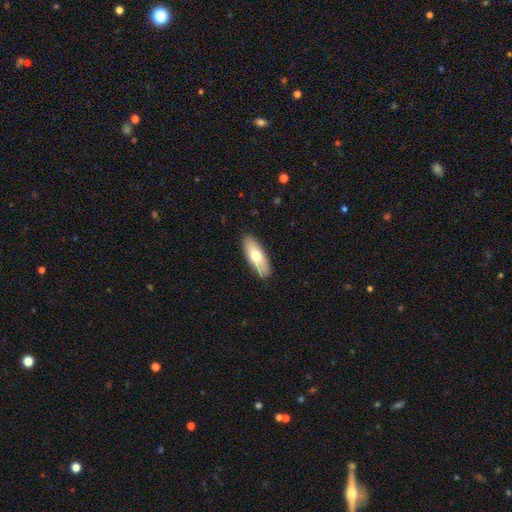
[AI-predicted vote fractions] A smooth galaxy with no disk features (69%) that is in between round and cigar-shaped (70%). Merging: none (89%).